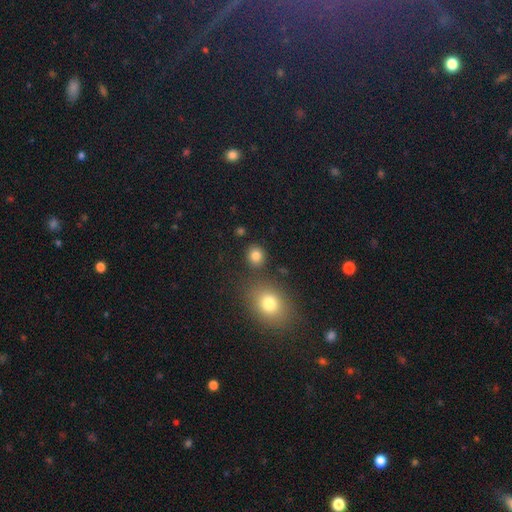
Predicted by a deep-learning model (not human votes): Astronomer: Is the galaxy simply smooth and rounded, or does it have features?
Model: smooth — 83%.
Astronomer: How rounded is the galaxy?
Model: round — 78%.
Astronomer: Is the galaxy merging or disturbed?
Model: none — 83%.